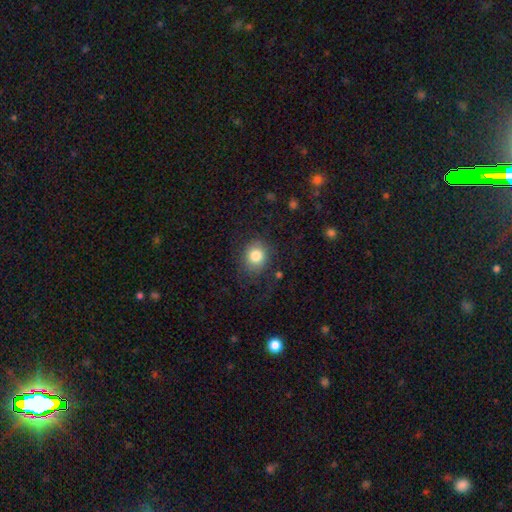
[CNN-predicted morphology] Overall: smooth (81%). How rounded: round (74%). Merging: none (76%).